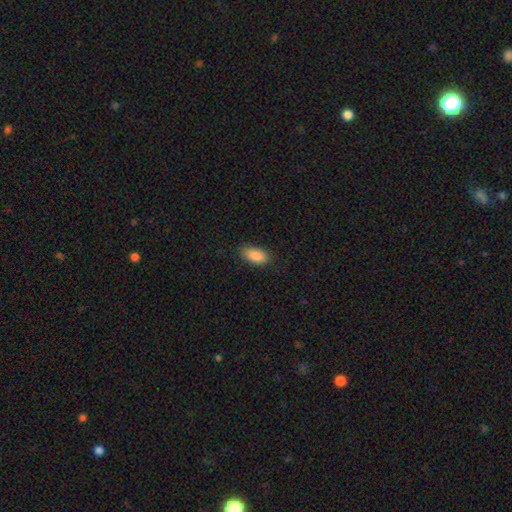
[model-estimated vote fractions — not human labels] Q: Smooth or featured?
A: smooth (87%); runner-up: star or artifact (7%)
Q: How rounded?
A: in between (90%); runner-up: cigar-shaped (7%)
Q: Merging?
A: none (83%); runner-up: minor disturbance (13%)